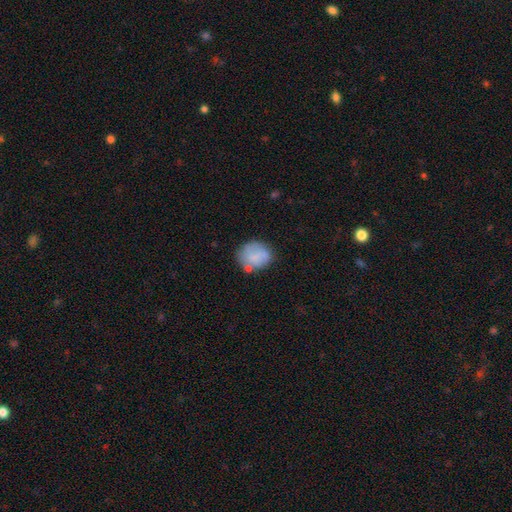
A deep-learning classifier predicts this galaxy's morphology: smooth 73%, featured or disk 19%, star or artifact 7%. Down the decision tree: how rounded — round (72%); merging — none (59%).